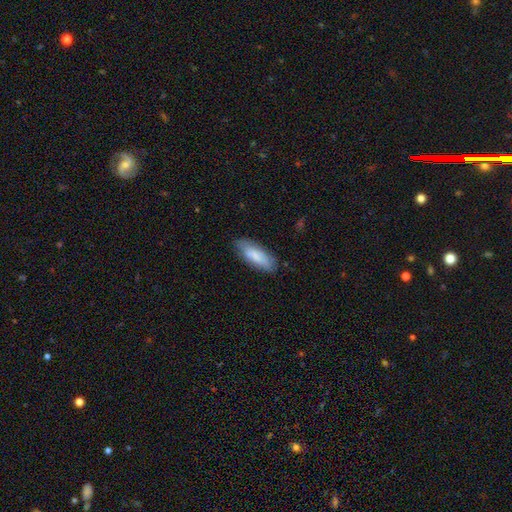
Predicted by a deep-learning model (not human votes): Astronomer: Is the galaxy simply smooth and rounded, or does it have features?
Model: smooth — 78%.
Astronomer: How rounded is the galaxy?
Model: in between — 67%.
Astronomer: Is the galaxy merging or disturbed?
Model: none — 76%.